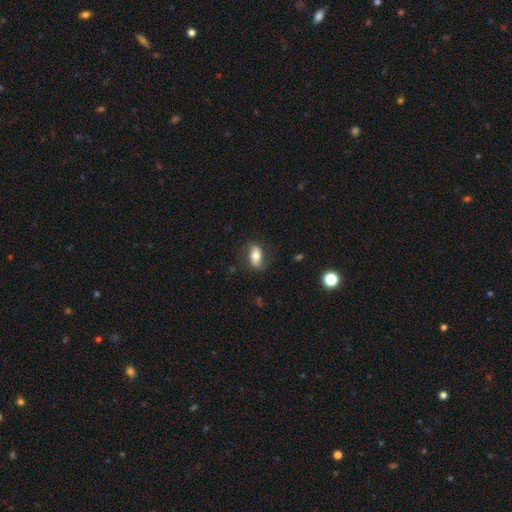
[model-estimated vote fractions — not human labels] Q: Smooth or featured?
A: smooth (61%); runner-up: featured or disk (32%)
Q: How rounded?
A: in between (86%); runner-up: cigar-shaped (8%)
Q: Merging?
A: none (72%); runner-up: minor disturbance (19%)